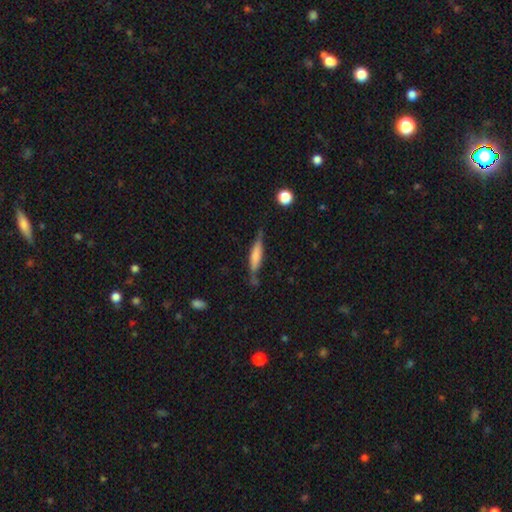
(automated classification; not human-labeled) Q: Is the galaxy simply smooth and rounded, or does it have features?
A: smooth — 53%.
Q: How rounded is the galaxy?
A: cigar-shaped — 81%.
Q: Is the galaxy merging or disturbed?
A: none — 71%.